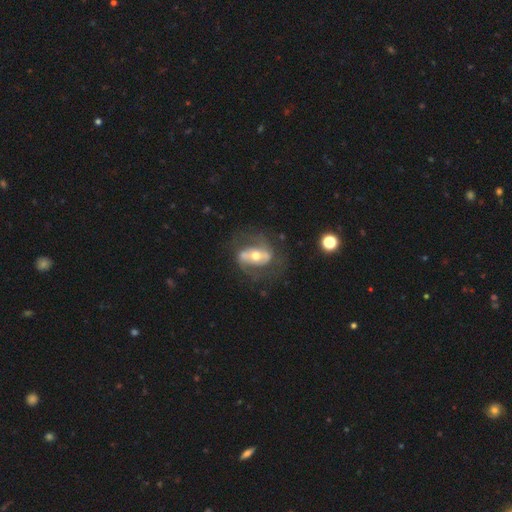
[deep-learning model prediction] Overall: featured or disk (71%). Edge-on disk: no (93%). Bar: strong (37%; no 34%). Spiral arms: yes (63%; no 37%). Bulge size: moderate (70%). Merging: none (61%).